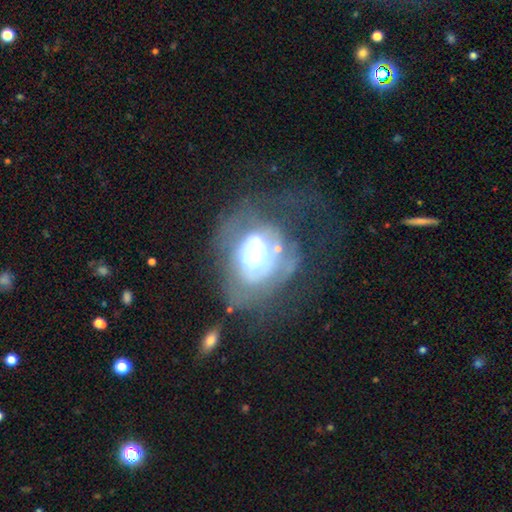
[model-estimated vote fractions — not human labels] This is possibly a featured or disk galaxy (57%). It is clearly not viewed edge-on (95%). Bar: likely no (76%). Spiral arm pattern: possibly no (60%). Central bulge: possibly large (46%). Merging: marginally major disturbance (42%).